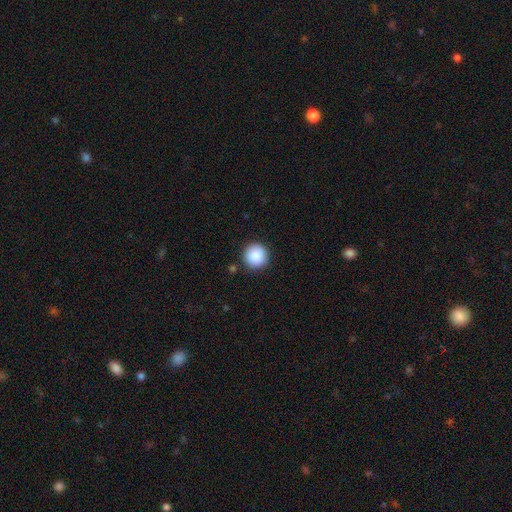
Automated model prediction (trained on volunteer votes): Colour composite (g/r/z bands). It shows a smooth galaxy with no disk features (89%) that is round (95%). Merging: none (90%).